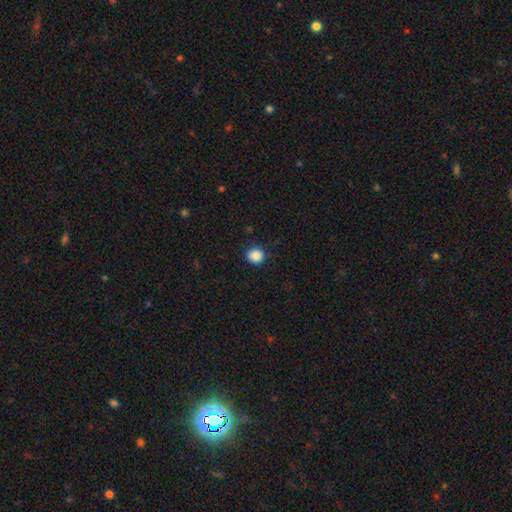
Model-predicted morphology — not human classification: Smooth or featured?
  - smooth: 88% *
  - star or artifact: 10%
  - featured or disk: 3%
How rounded?
  - round: 91% *
  - in between: 8%
  - cigar-shaped: 1%
Merging?
  - none: 88% *
  - minor disturbance: 8%
  - major disturbance: 2%
  - merger: 1%